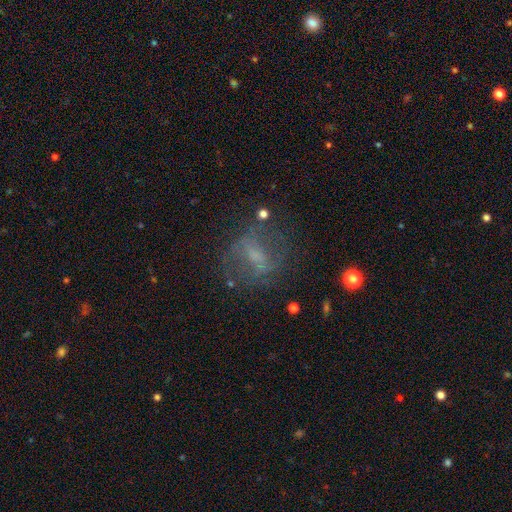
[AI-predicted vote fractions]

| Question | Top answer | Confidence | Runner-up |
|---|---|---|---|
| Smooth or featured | featured or disk | 50% | smooth (33%) |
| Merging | none | 60% | minor disturbance (19%) |